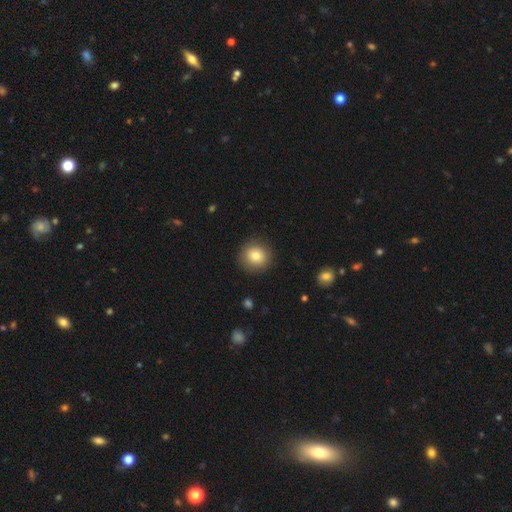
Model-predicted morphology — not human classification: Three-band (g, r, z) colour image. It shows a smooth galaxy with no disk features (80%) that is round (91%). Merging: none (90%).